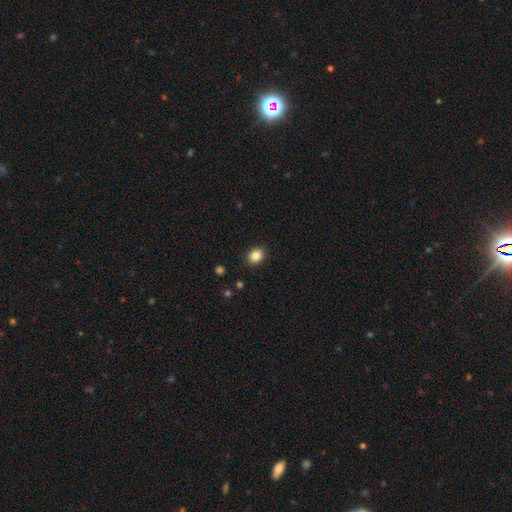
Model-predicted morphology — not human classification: Smooth or featured?
  - smooth: 86% *
  - star or artifact: 10%
  - featured or disk: 4%
How rounded?
  - in between: 52% *
  - round: 47%
  - cigar-shaped: 1%
Merging?
  - none: 89% *
  - minor disturbance: 7%
  - major disturbance: 2%
  - merger: 1%